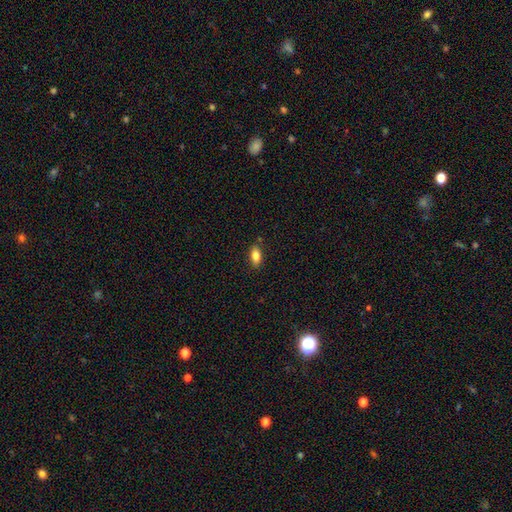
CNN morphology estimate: Q: Smooth or featured?
A: smooth (82%); runner-up: featured or disk (9%)
Q: How rounded?
A: in between (88%); runner-up: cigar-shaped (8%)
Q: Merging?
A: none (84%); runner-up: minor disturbance (11%)